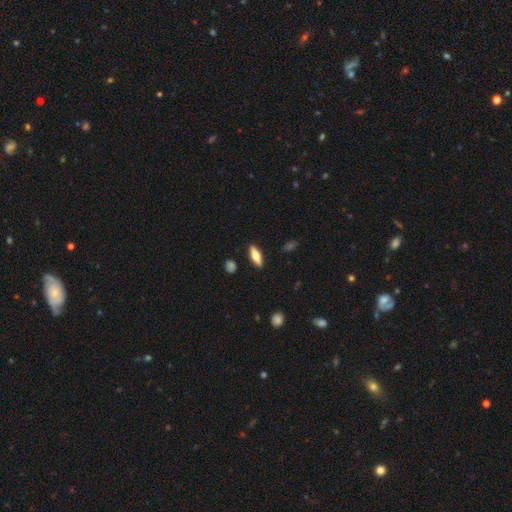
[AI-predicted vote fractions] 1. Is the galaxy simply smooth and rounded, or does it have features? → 60% smooth, 33% featured or disk, 6% star or artifact.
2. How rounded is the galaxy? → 56% in between, 42% cigar-shaped, 3% round.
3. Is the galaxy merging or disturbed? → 88% none, 9% minor disturbance, 2% major disturbance, 1% merger.